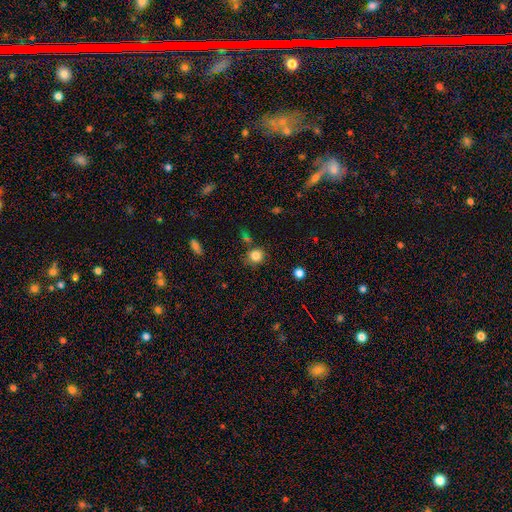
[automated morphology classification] type=smooth (83%); roundness=round (85%); merging=none (75%).